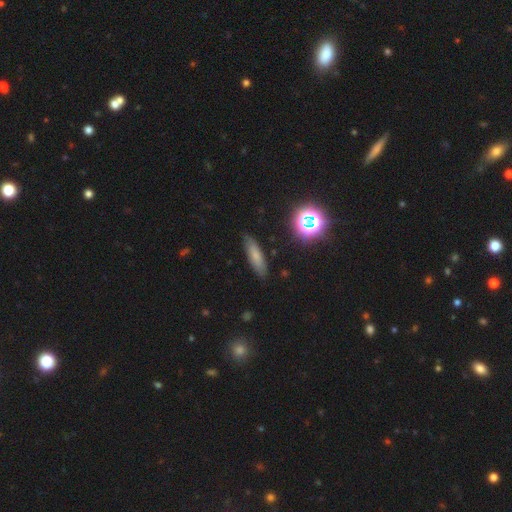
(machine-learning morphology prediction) This is likely a smooth galaxy (68%). How rounded: possibly cigar-shaped (58%). Merging: clearly none (83%).